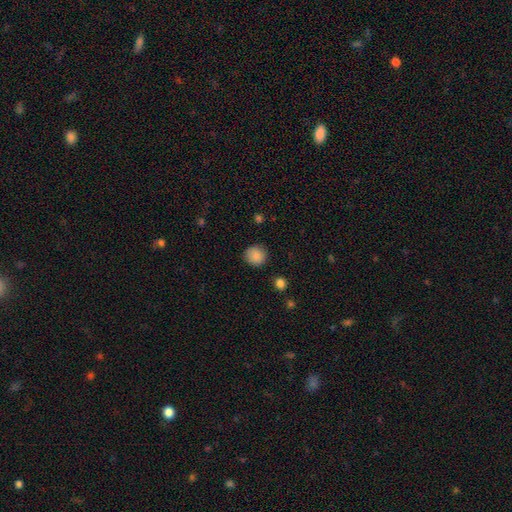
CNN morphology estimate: This appears to be a smooth galaxy with no disk features (87%) that is round (90%). Merging: none (87%).